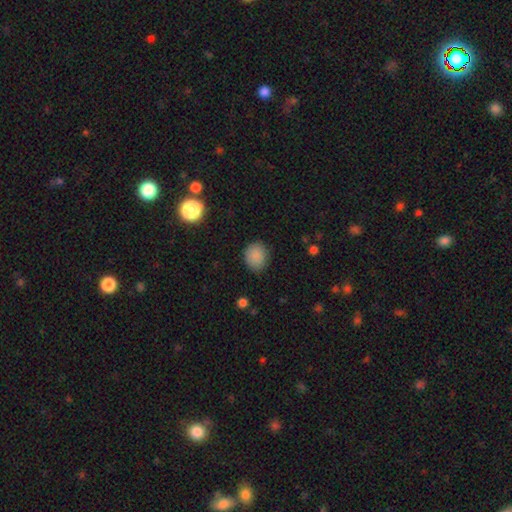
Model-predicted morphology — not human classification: smooth 86%, star or artifact 10%, featured or disk 4%. Down the decision tree: how rounded — round (71%); merging — none (83%).